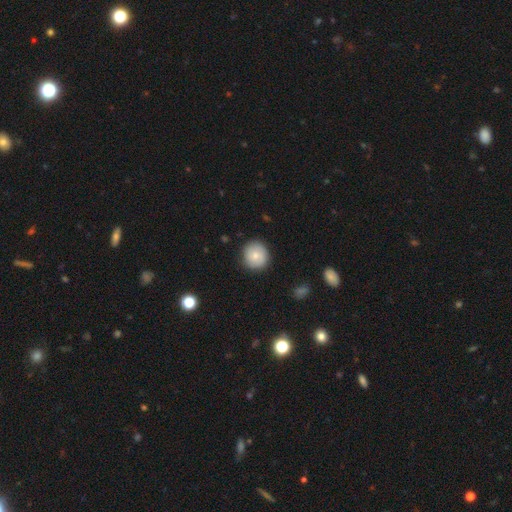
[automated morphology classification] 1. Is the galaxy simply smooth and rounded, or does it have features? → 71% smooth, 22% featured or disk, 8% star or artifact.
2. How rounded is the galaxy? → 91% round, 8% in between, 1% cigar-shaped.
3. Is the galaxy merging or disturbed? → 86% none, 11% minor disturbance, 2% major disturbance, 1% merger.